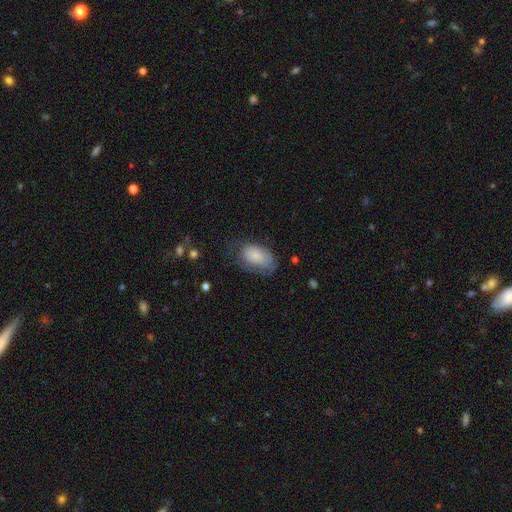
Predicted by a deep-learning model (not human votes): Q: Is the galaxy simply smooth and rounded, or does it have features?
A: smooth — 73%.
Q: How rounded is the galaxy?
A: in between — 91%.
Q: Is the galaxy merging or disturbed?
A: none — 45%.